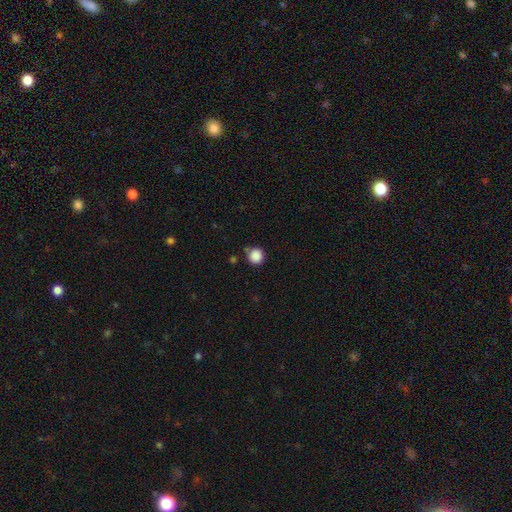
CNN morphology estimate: smooth_or_featured: smooth (p=0.87) [alt: star or artifact p=0.10]
how_rounded: round (p=0.92) [alt: in between p=0.07]
merging: none (p=0.77) [alt: minor disturbance p=0.14]